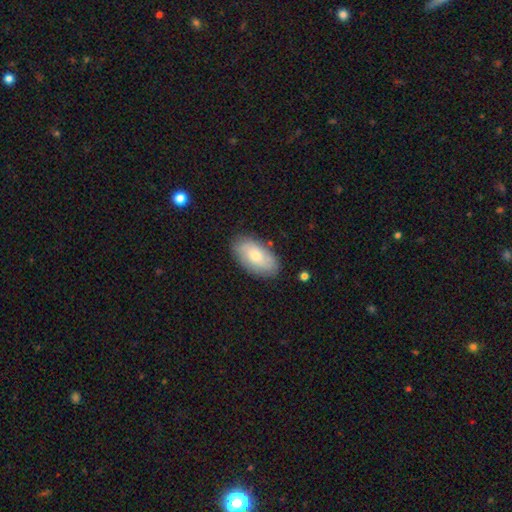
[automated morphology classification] Overall: smooth (61%; featured or disk 33%). How rounded: in between (94%). Merging: none (80%).